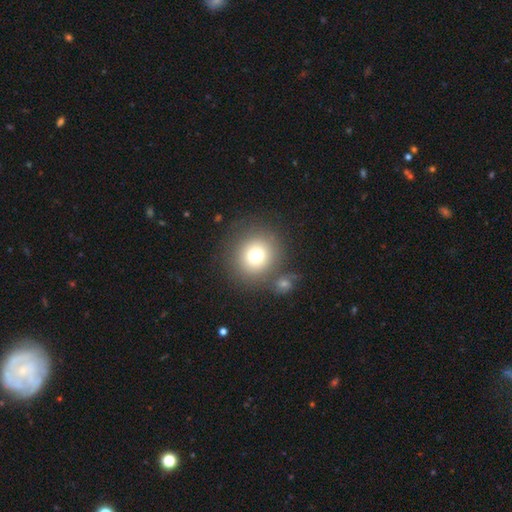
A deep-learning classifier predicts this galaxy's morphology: Smooth or featured?
  - smooth: 75% *
  - featured or disk: 13%
  - star or artifact: 12%
How rounded?
  - round: 87% *
  - in between: 12%
  - cigar-shaped: 1%
Merging?
  - none: 73% *
  - merger: 12%
  - minor disturbance: 10%
  - major disturbance: 5%